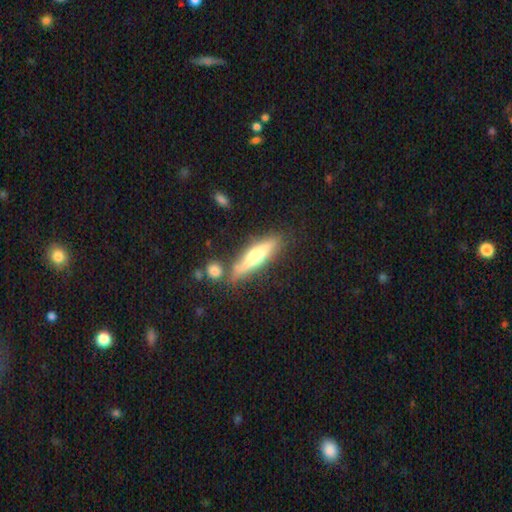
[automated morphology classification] Overall: featured or disk (55%; smooth 39%). Edge-on disk: yes (91%). Merging: none (72%).